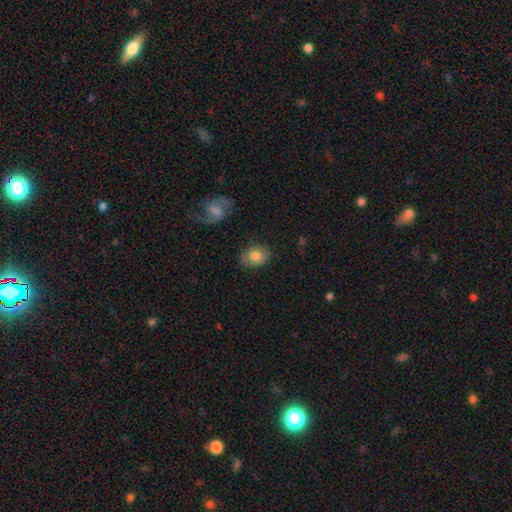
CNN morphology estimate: Smooth or featured?
  - smooth: 77% *
  - featured or disk: 16%
  - star or artifact: 8%
How rounded?
  - in between: 65% *
  - round: 34%
  - cigar-shaped: 1%
Merging?
  - none: 82% *
  - minor disturbance: 14%
  - major disturbance: 3%
  - merger: 2%